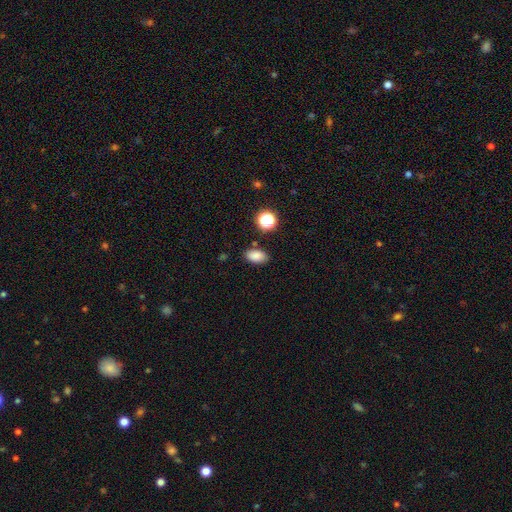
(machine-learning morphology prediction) This is clearly a smooth galaxy (84%). How rounded: clearly in between (88%). Merging: clearly none (84%).